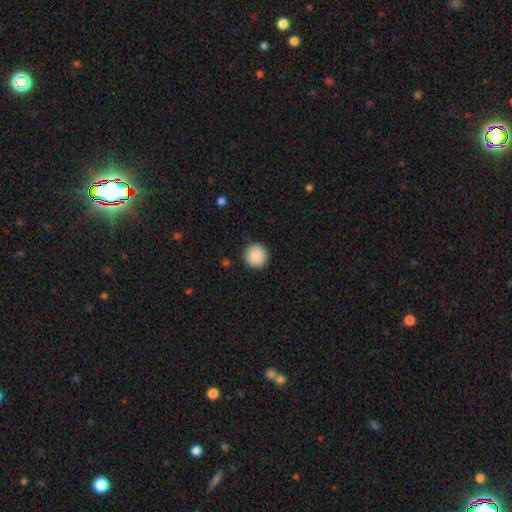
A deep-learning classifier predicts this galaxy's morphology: A smooth galaxy with no disk features (90%) that is round (94%). Merging: none (91%).